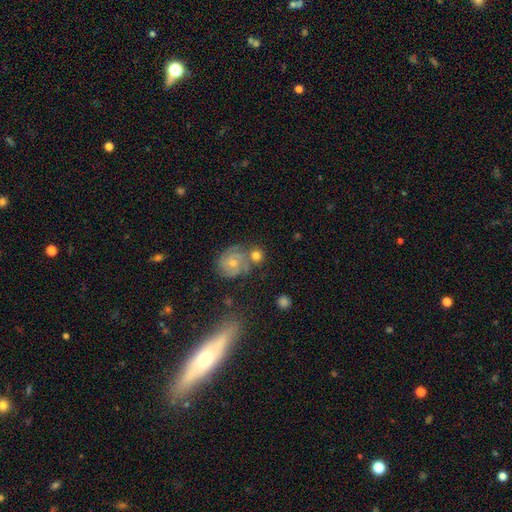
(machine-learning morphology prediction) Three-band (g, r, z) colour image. It shows a smooth galaxy with no disk features (54%) that is round (81%). Merging: none (59%).